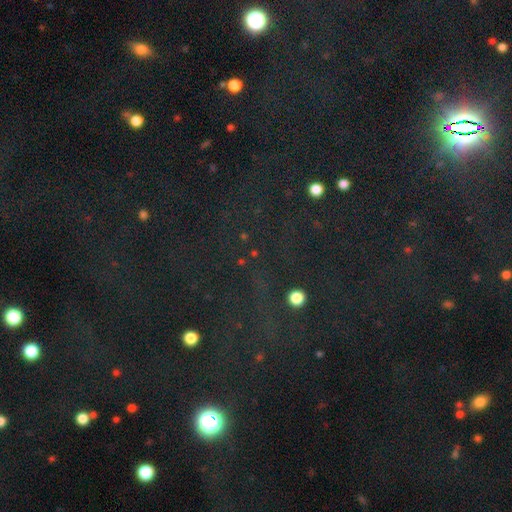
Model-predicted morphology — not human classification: Overall: star or artifact (79%).